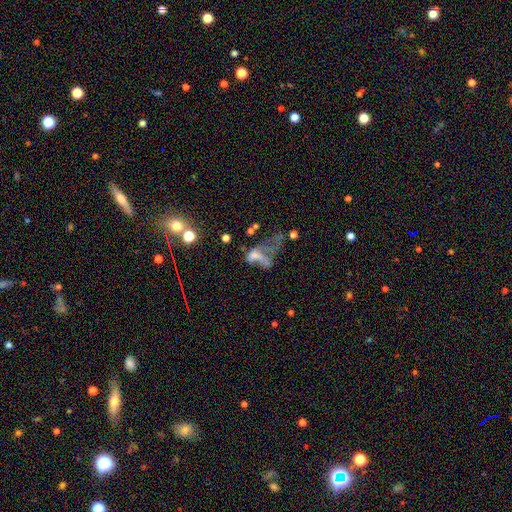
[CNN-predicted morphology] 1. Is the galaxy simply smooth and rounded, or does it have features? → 43% featured or disk, 38% smooth, 19% star or artifact.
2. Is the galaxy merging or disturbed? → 45% major disturbance, 34% merger, 13% none, 9% minor disturbance.